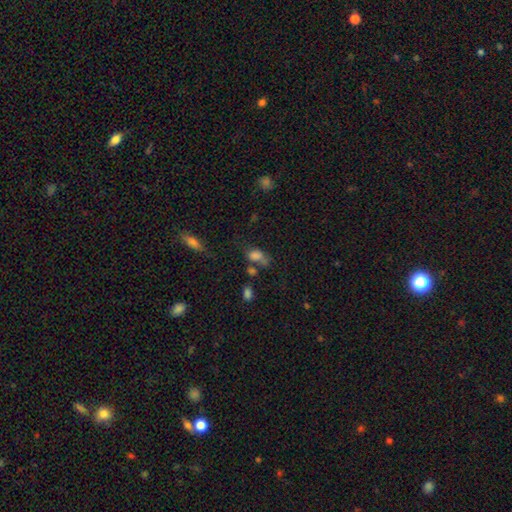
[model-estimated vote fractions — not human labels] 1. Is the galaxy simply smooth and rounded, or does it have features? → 75% smooth, 14% star or artifact, 11% featured or disk.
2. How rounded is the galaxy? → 77% in between, 19% round, 4% cigar-shaped.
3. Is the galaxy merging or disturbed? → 35% none, 26% merger, 22% minor disturbance, 18% major disturbance.